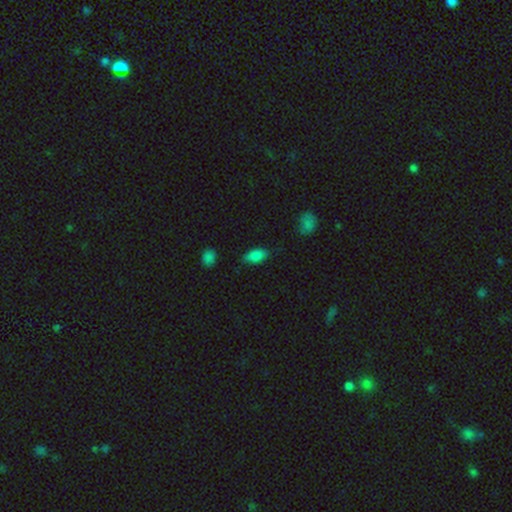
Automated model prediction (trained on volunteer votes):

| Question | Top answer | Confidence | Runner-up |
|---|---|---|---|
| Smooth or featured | smooth | 84% | star or artifact (9%) |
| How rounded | in between | 91% | cigar-shaped (5%) |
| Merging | none | 73% | minor disturbance (20%) |